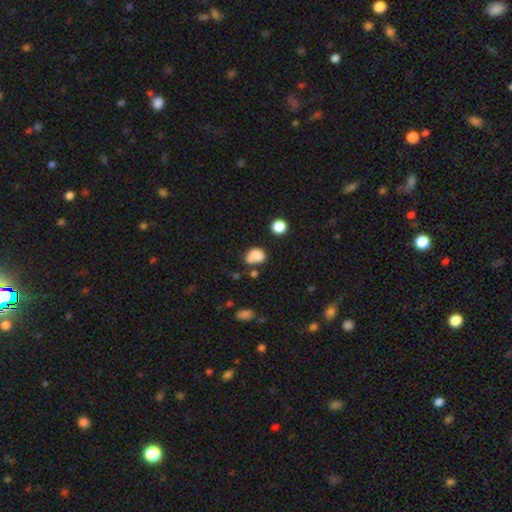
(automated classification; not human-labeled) Smooth or featured?
  - smooth: 80% *
  - star or artifact: 11%
  - featured or disk: 9%
How rounded?
  - in between: 57% *
  - round: 42%
  - cigar-shaped: 1%
Merging?
  - none: 44% *
  - minor disturbance: 25%
  - merger: 20%
  - major disturbance: 11%